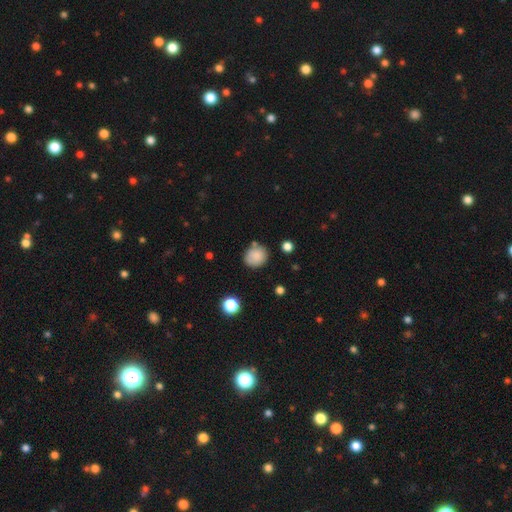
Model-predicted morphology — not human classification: A smooth galaxy with no disk features (85%) that is round (79%).

Vote fractions:
- Smooth or featured? smooth: 85% / star or artifact: 9% / featured or disk: 6%
- How rounded? round: 79% / in between: 20% / cigar-shaped: 1%
- Merging? none: 76% / minor disturbance: 15% / merger: 6% / major disturbance: 4%